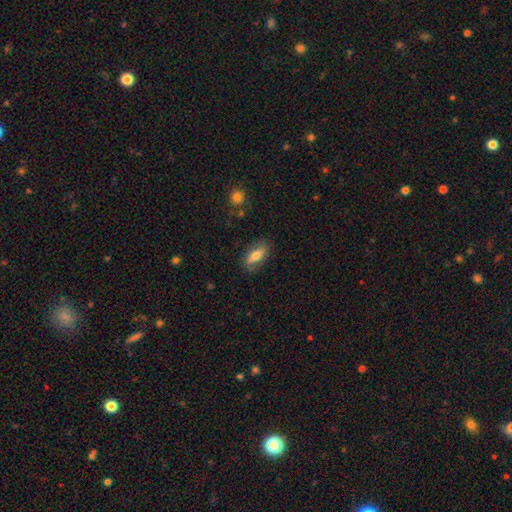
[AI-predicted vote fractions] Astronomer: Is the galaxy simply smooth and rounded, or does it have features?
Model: smooth — 61%.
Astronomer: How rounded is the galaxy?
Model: in between — 77%.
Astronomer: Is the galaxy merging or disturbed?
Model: none — 81%.